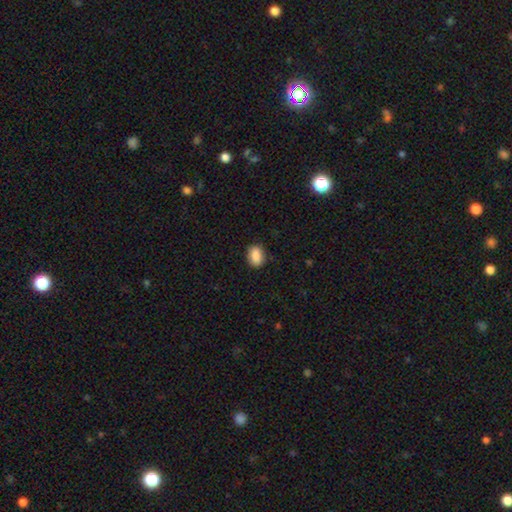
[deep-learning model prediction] The model was most divided on "how rounded": in between: 73%, round: 25%, cigar-shaped: 2%. More confident: smooth or featured — smooth (88%); merging — none (87%).